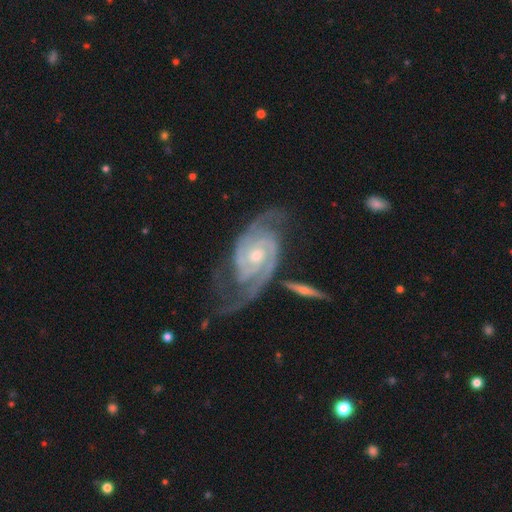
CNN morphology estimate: Q: Smooth or featured?
A: featured or disk (93%); runner-up: star or artifact (4%)
Q: Edge-on disk?
A: no (96%); runner-up: yes (4%)
Q: Bar?
A: no (58%); runner-up: weak (32%)
Q: Spiral arms?
A: yes (98%); runner-up: no (2%)
Q: Spiral winding?
A: tight (57%); runner-up: medium (36%)
Q: Spiral arm count?
A: 2 (77%); runner-up: 3 (10%)
Q: Bulge size?
A: small (52%); runner-up: moderate (45%)
Q: Merging?
A: none (60%); runner-up: minor disturbance (21%)